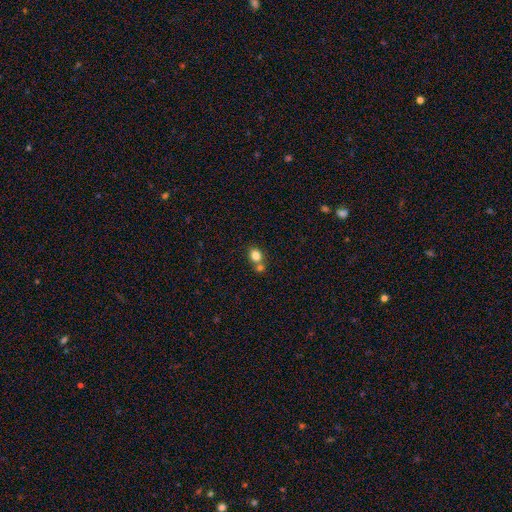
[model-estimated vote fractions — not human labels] A smooth galaxy with no disk features (81%) that is round (67%). Merging: none (53%).